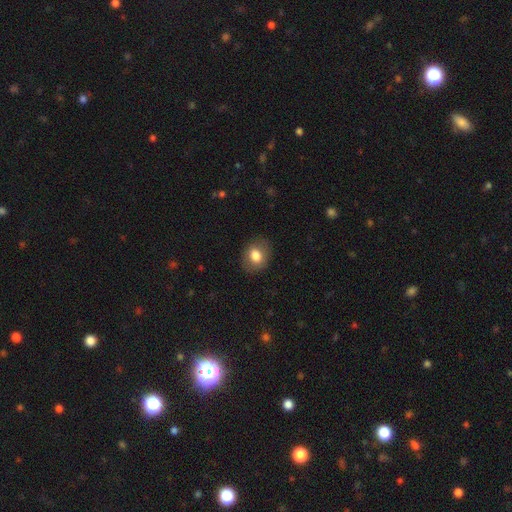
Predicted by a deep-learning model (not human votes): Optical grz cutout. It shows a smooth galaxy with no disk features (78%) that is in between round and cigar-shaped (53%). Merging: none (83%).